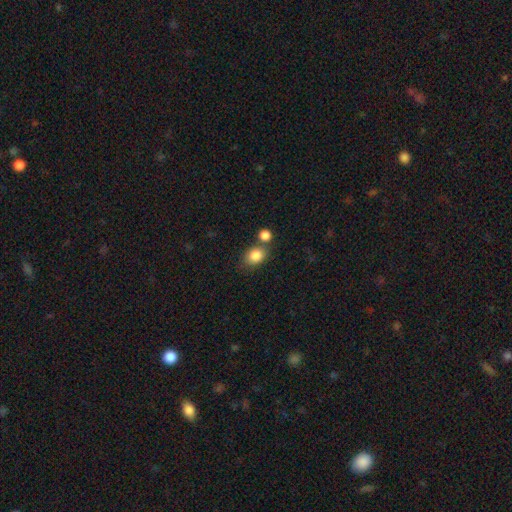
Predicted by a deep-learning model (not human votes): Smooth or featured? Predicted: smooth (p=0.85). How rounded? Predicted: in between (p=0.55). Merging? Predicted: none (p=0.54).